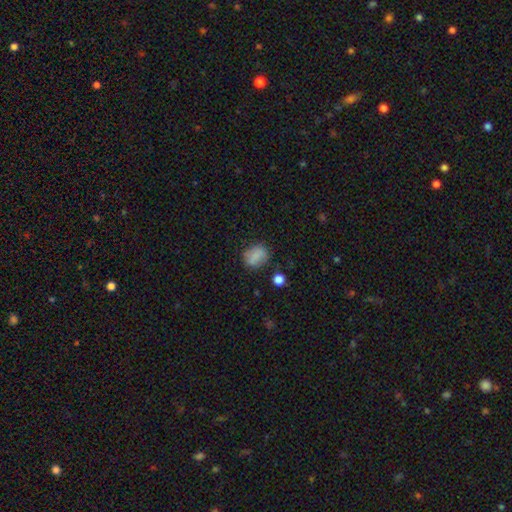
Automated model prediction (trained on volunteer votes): smooth 80%, star or artifact 11%, featured or disk 9%. Down the decision tree: how rounded — in between (55%); merging — none (74%).